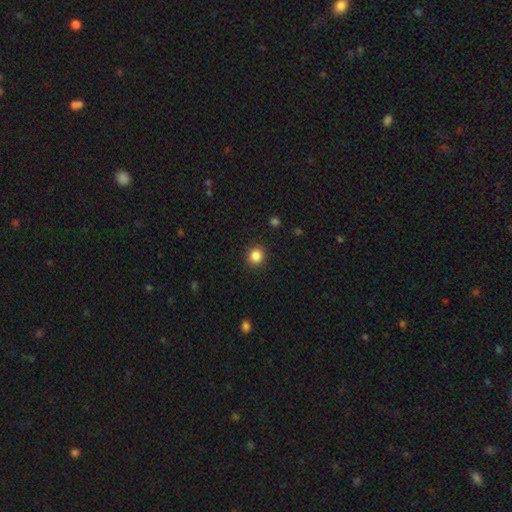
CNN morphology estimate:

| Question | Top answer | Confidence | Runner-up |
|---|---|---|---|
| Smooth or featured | smooth | 86% | star or artifact (10%) |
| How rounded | round | 86% | in between (13%) |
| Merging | none | 91% | minor disturbance (6%) |